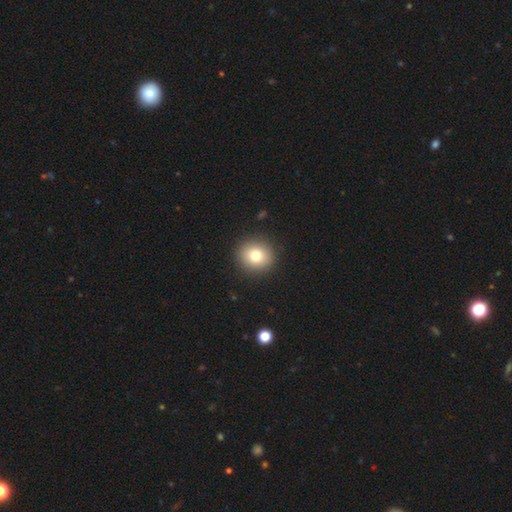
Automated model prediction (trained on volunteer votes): smooth-or-featured: smooth: 79% | star or artifact: 11% | featured or disk: 11%
  how-rounded: round: 89% | in between: 10% | cigar-shaped: 1%
  merging: none: 91% | minor disturbance: 6% | major disturbance: 2% | merger: 1%